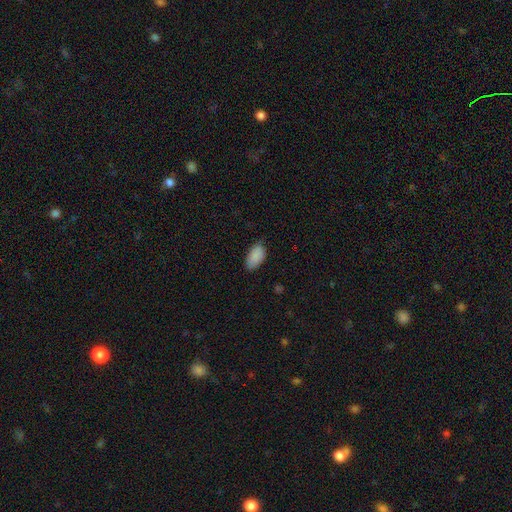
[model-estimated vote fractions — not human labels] smooth 88%, star or artifact 7%, featured or disk 5%. Down the decision tree: how rounded — in between (95%); merging — none (73%).